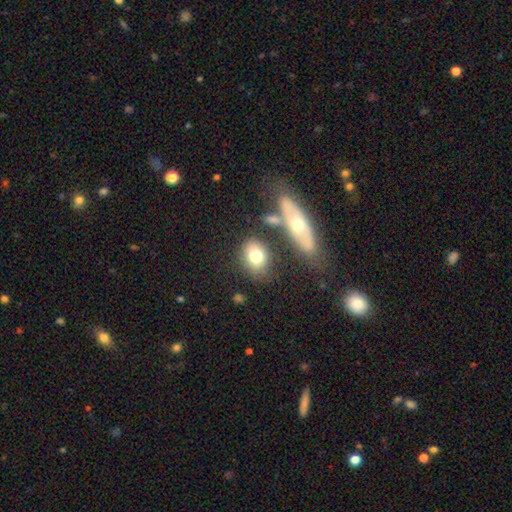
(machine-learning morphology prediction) smooth_or_featured: smooth (p=0.74) [alt: featured or disk p=0.18]
how_rounded: in between (p=0.60) [alt: round p=0.38]
merging: none (p=0.67) [alt: minor disturbance p=0.14]